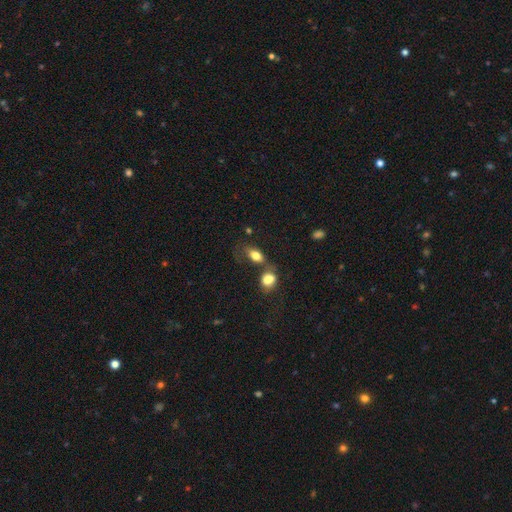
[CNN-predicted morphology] Smooth or featured? smooth (80%)
How rounded? in between (85%)
Merging? none (40%)